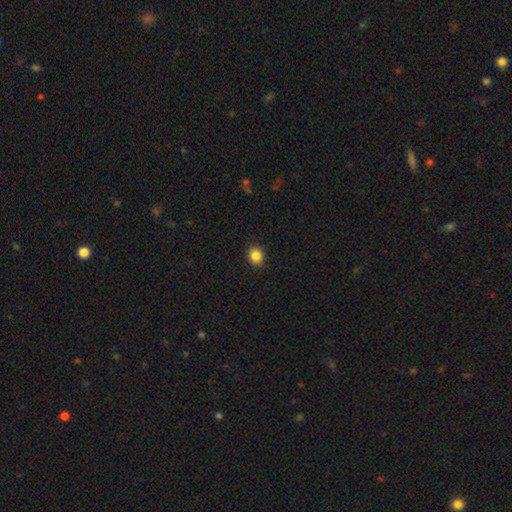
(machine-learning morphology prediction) A smooth galaxy with no disk features (86%) that is round (71%). Merging: none (91%).